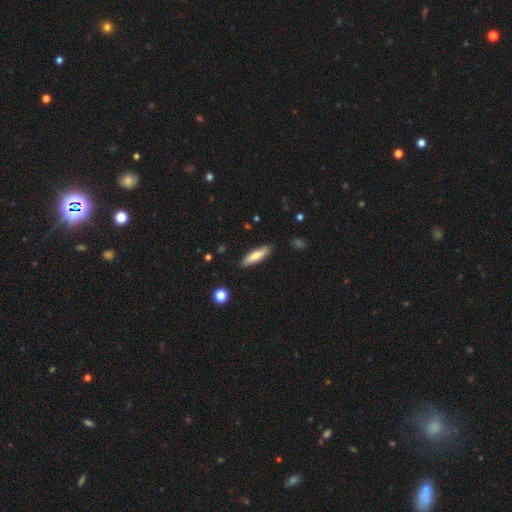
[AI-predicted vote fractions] Smooth or featured?
  - smooth: 71% *
  - featured or disk: 23%
  - star or artifact: 6%
How rounded?
  - cigar-shaped: 70% *
  - in between: 28%
  - round: 2%
Merging?
  - none: 88% *
  - minor disturbance: 9%
  - major disturbance: 2%
  - merger: 1%